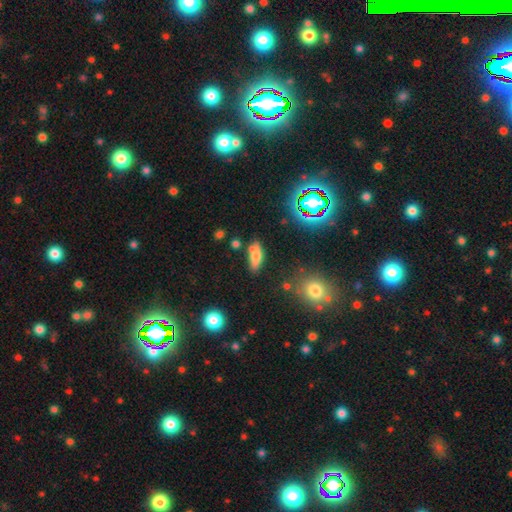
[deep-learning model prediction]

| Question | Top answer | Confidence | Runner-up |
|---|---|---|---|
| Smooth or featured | smooth | 70% | featured or disk (18%) |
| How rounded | in between | 74% | cigar-shaped (22%) |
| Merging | none | 65% | minor disturbance (17%) |